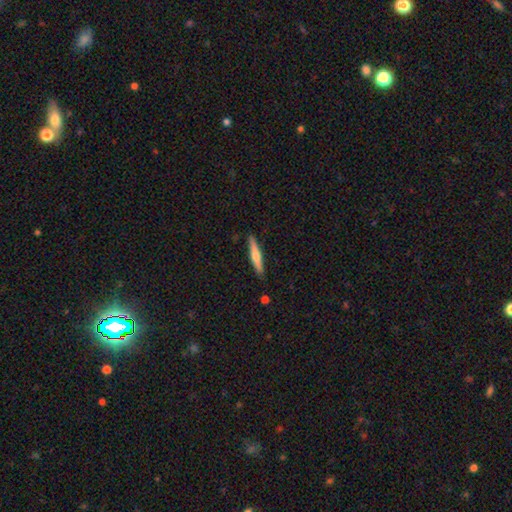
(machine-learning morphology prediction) smooth-or-featured: featured or disk: 47% (tied) | smooth: 47% (tied) | star or artifact: 5%
  merging: none: 89% | minor disturbance: 8% | major disturbance: 2% | merger: 1%